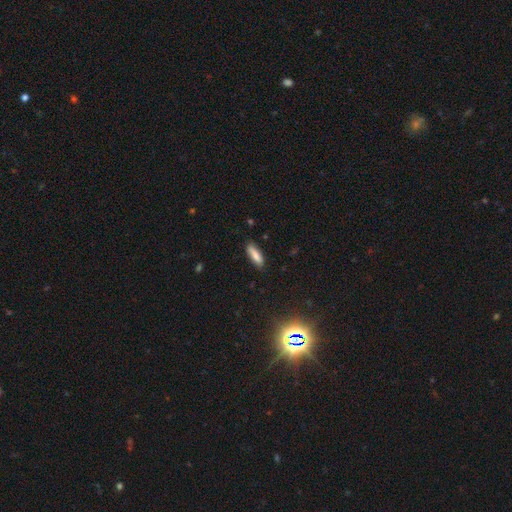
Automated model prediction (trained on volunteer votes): Overall: smooth (82%). How rounded: in between (50%; cigar-shaped 48%). Merging: none (84%).